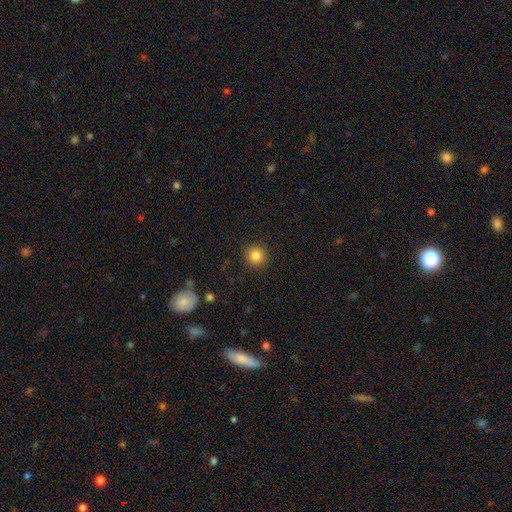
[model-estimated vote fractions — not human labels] Morphology: type=smooth (84%); roundness=round (94%); merging=none (91%).